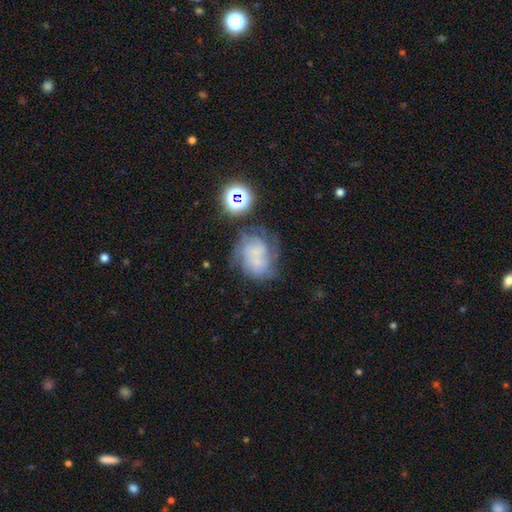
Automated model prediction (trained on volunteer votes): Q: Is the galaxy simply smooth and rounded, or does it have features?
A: featured or disk — 56%.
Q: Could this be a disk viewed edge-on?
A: no — 98%.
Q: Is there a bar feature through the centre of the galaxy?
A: no — 81%.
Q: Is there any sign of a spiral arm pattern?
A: yes — 74%.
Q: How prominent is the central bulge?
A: none — 58%.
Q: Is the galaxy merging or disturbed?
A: none — 50%.